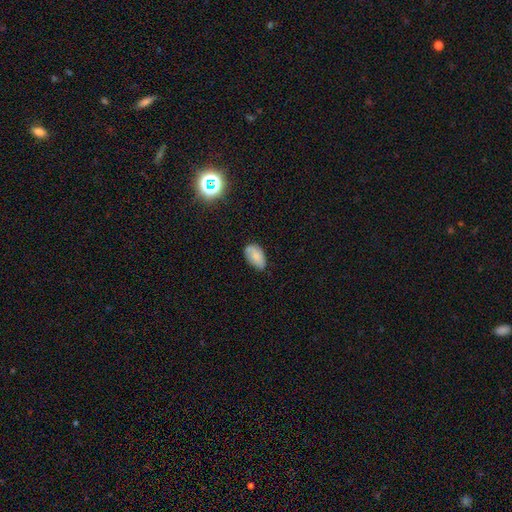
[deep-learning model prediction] Overall: smooth (79%). How rounded: in between (93%). Merging: none (64%; minor disturbance 29%).